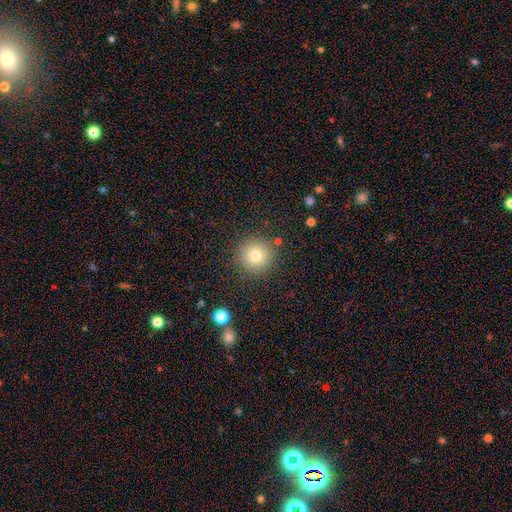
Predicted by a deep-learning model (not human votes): smooth_or_featured: smooth (p=0.77) [alt: star or artifact p=0.13]
how_rounded: round (p=0.95) [alt: in between p=0.04]
merging: none (p=0.88) [alt: minor disturbance p=0.07]